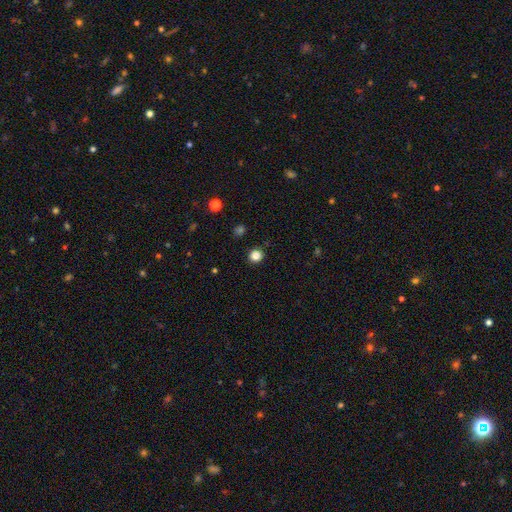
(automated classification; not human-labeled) Smooth or featured? Predicted: smooth (p=0.84). How rounded? Predicted: round (p=0.90). Merging? Predicted: none (p=0.92).